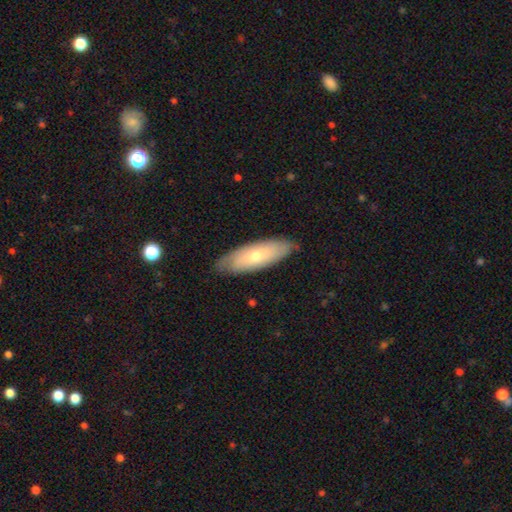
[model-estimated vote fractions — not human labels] Smooth or featured? smooth (56%)
How rounded? in between (59%)
Merging? none (82%)